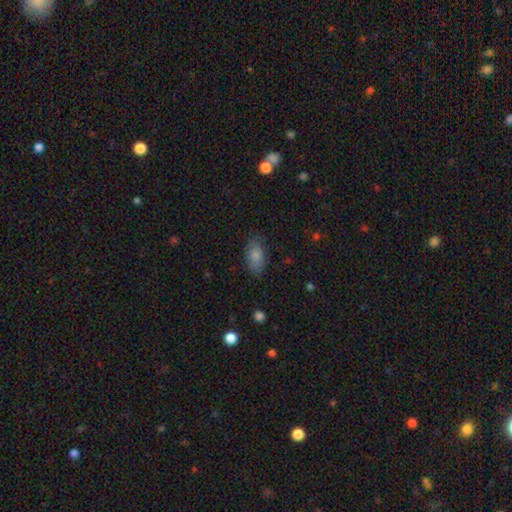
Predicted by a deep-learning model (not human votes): Smooth or featured: smooth — 82% (featured or disk — 10%)
How rounded: in between — 91% (round — 5%)
Merging: none — 80% (minor disturbance — 15%)